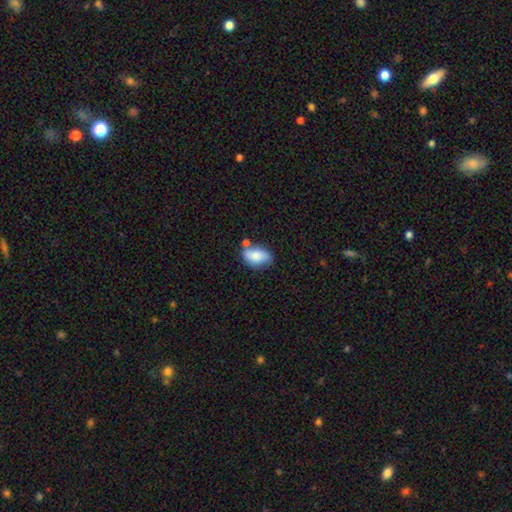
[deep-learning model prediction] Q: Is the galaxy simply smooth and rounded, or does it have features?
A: smooth — 78%.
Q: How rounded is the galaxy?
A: in between — 90%.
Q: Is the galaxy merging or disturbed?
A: none — 55%.